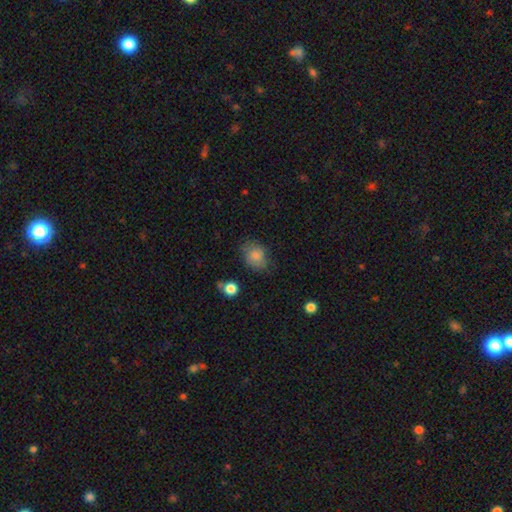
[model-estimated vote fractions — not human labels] Smooth or featured: smooth — 83% (star or artifact — 9%)
How rounded: in between — 50% (round — 49%)
Merging: none — 65% (minor disturbance — 25%)